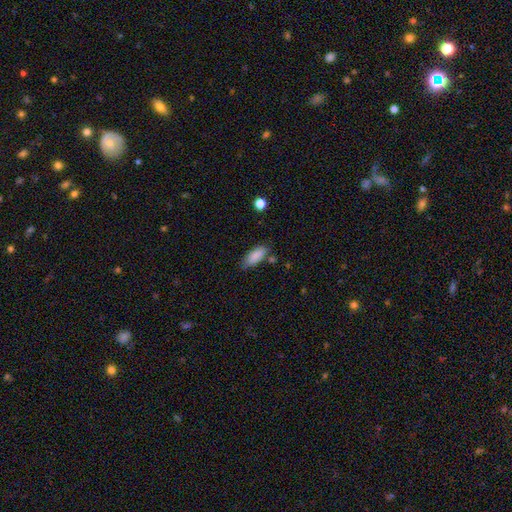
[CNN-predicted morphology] Smooth or featured? smooth (87%)
How rounded? in between (80%)
Merging? none (67%)